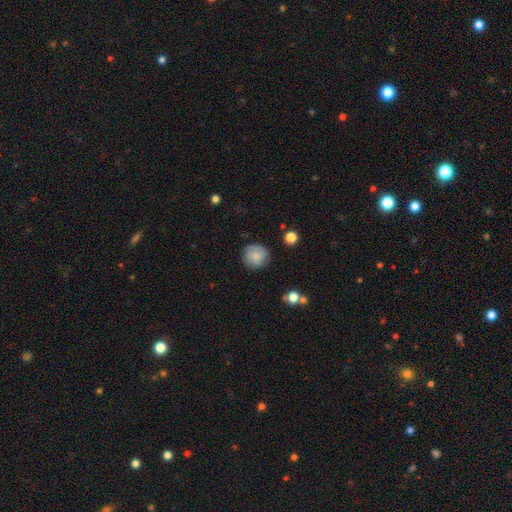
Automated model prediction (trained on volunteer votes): This is likely a smooth galaxy (76%). How rounded: clearly round (93%). Merging: clearly none (83%).